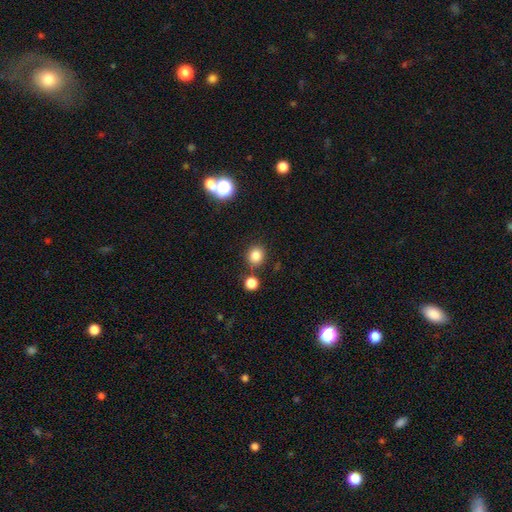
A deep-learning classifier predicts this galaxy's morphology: This is clearly a smooth galaxy (83%). How rounded: clearly round (82%). Merging: clearly none (81%).